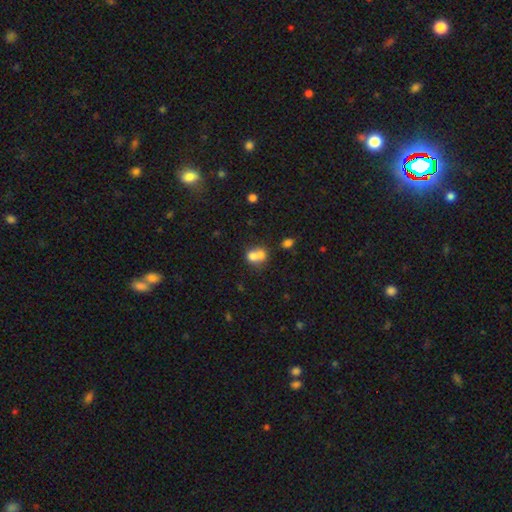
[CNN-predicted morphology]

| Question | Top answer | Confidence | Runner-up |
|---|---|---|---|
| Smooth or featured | smooth | 68% | featured or disk (21%) |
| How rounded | round | 61% | in between (38%) |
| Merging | merger | 69% | none (22%) |